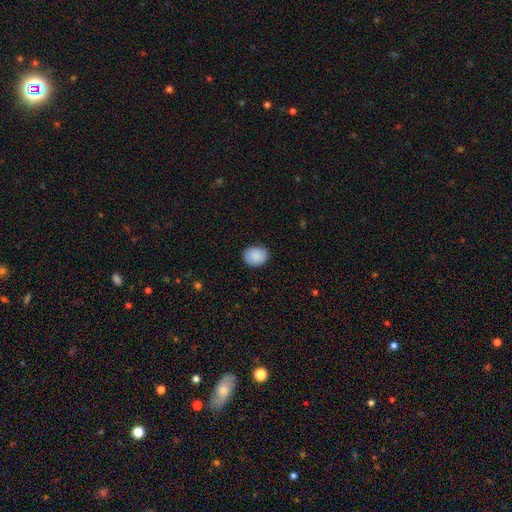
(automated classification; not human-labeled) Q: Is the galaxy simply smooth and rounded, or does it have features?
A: smooth — 88%.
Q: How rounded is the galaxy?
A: round — 57%.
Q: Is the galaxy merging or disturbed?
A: none — 84%.